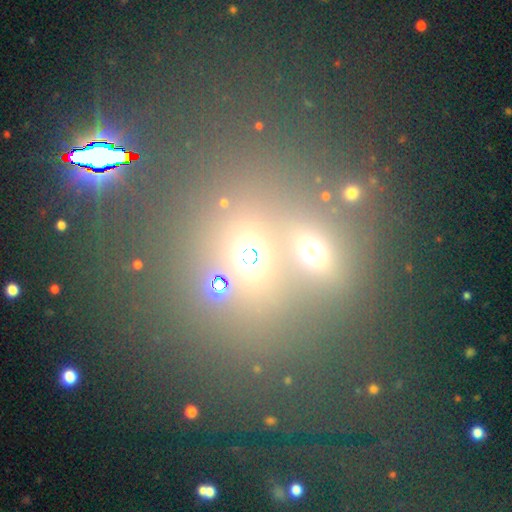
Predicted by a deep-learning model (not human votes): A smooth galaxy with no disk features (43%). Merging: merger (53%).